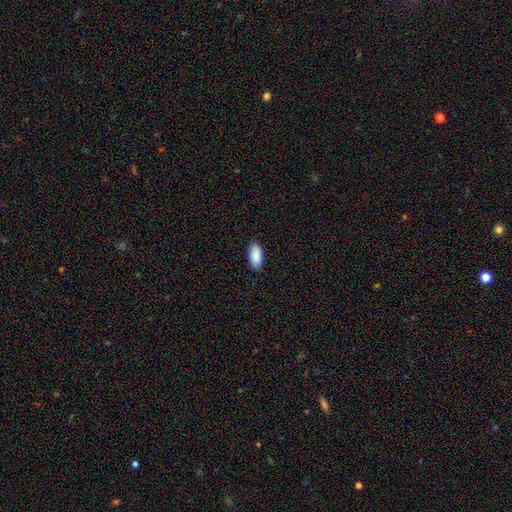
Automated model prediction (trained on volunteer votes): Morphology: type=smooth (91%); roundness=in between (91%); merging=none (88%).